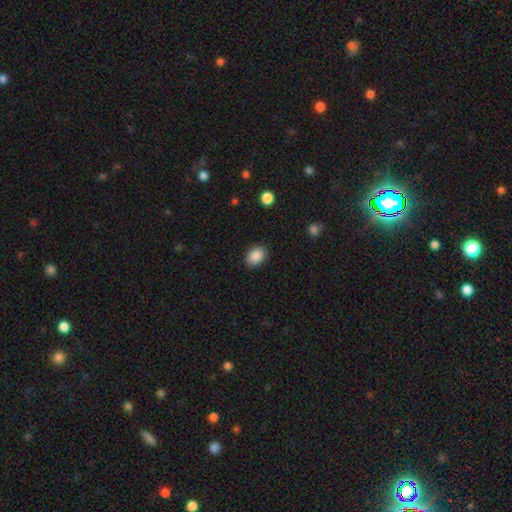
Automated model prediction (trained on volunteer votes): Morphology: type=smooth (88%); roundness=in between (70%); merging=none (87%).